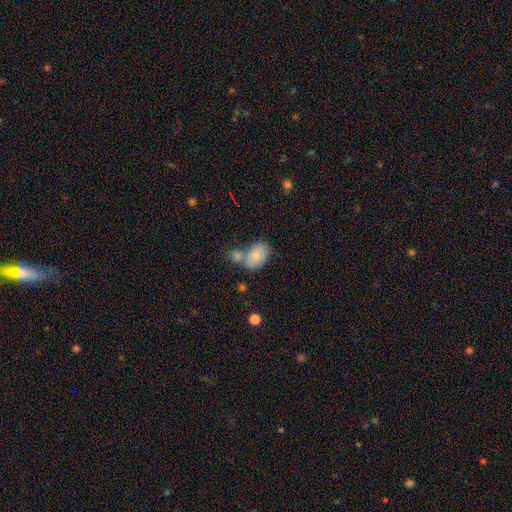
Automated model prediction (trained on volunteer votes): Smooth or featured? Predicted: smooth (p=0.77). How rounded? Predicted: in between (p=0.82). Merging? Predicted: merger (p=0.41).